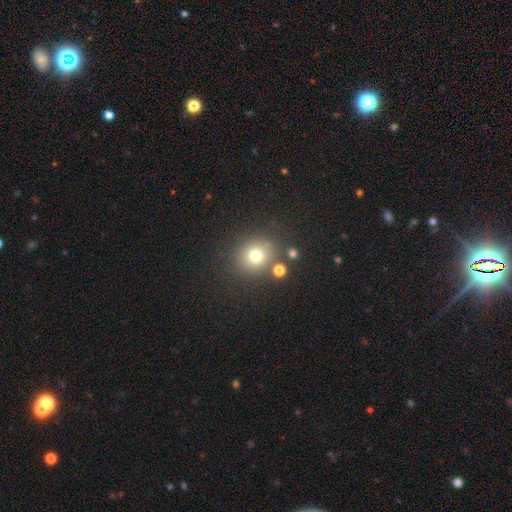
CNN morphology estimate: type=smooth (73%); roundness=round (82%); merging=none (78%).